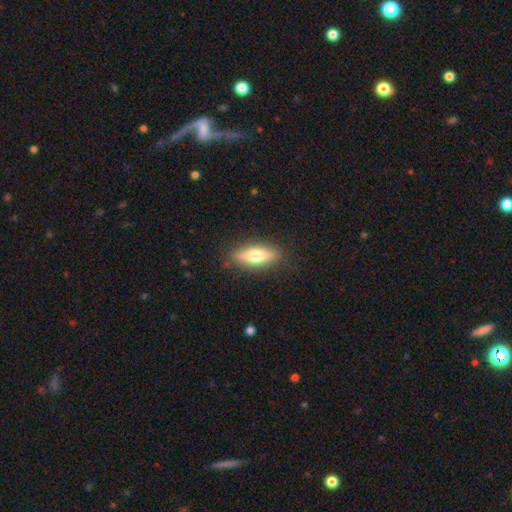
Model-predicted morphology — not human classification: A smooth galaxy with no disk features (65%) that is in between round and cigar-shaped (56%).

Vote fractions:
- Smooth or featured? smooth: 65% / featured or disk: 28% / star or artifact: 6%
- How rounded? in between: 56% / cigar-shaped: 41% / round: 3%
- Merging? none: 85% / minor disturbance: 11% / major disturbance: 3% / merger: 1%